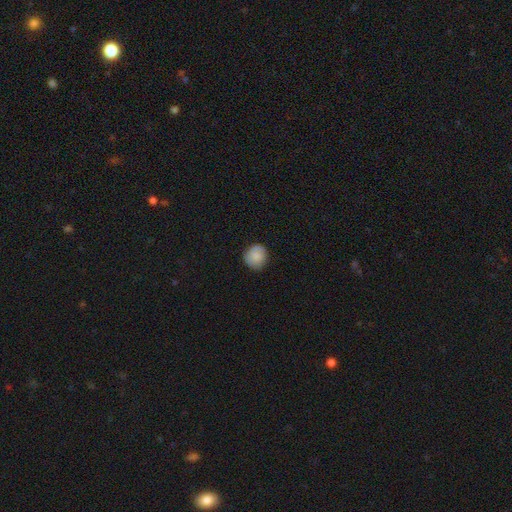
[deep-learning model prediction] This appears to be a smooth galaxy with no disk features (83%) that is round (89%). Merging: none (81%).